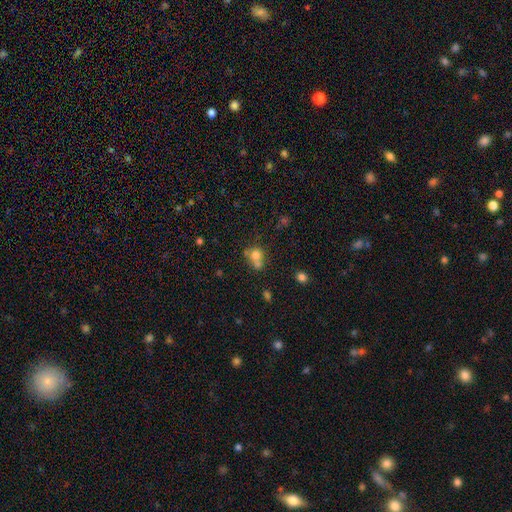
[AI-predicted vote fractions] A smooth galaxy with no disk features (72%) that is round (73%). Merging: merger (46%).